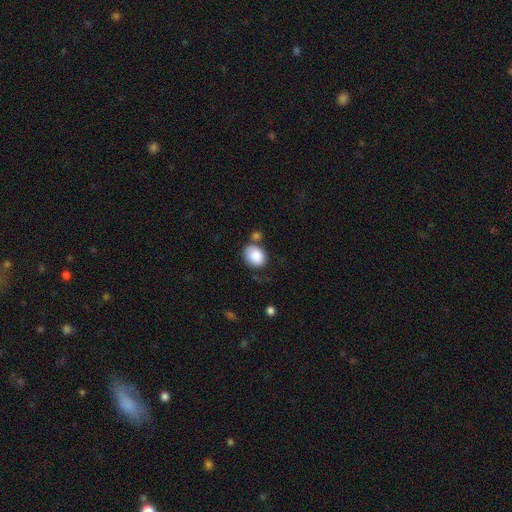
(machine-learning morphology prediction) Smooth or featured? Predicted: smooth (p=0.87). How rounded? Predicted: in between (p=0.57). Merging? Predicted: none (p=0.57).